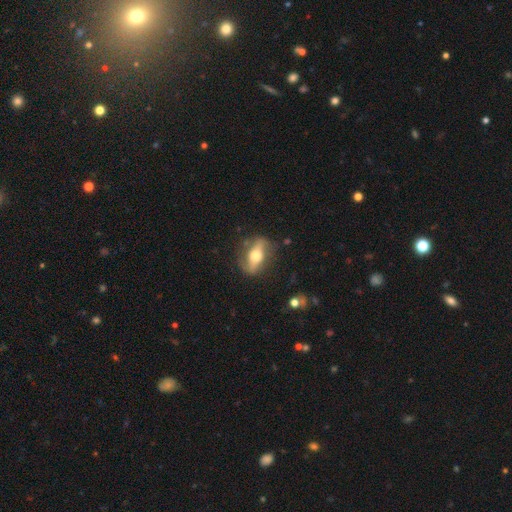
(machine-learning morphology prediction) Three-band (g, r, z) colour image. It shows a featured or disk galaxy (61%). Merging: none (76%).